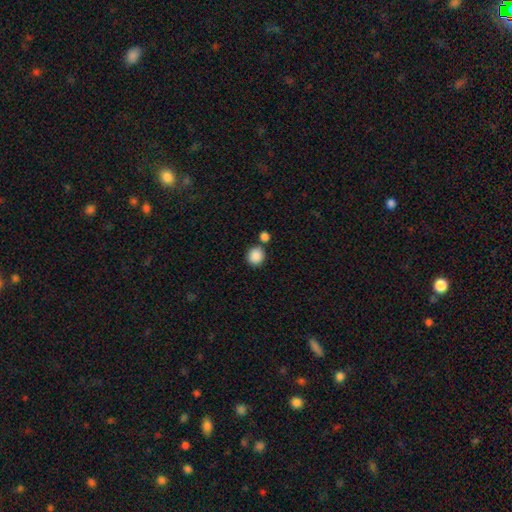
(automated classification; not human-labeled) The model was most divided on "merging": none: 73%, merger: 16%, minor disturbance: 8%, major disturbance: 3%. More confident: smooth or featured — smooth (88%); how rounded — round (86%).